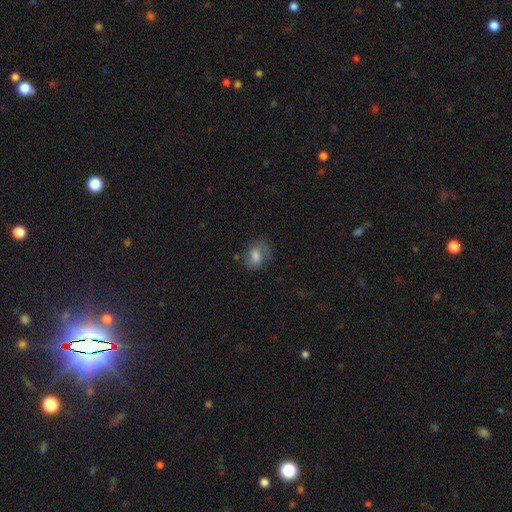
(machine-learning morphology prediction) The model was most divided on "how rounded": in between: 66%, round: 32%, cigar-shaped: 1%. More confident: smooth or featured — smooth (66%); merging — none (61%).